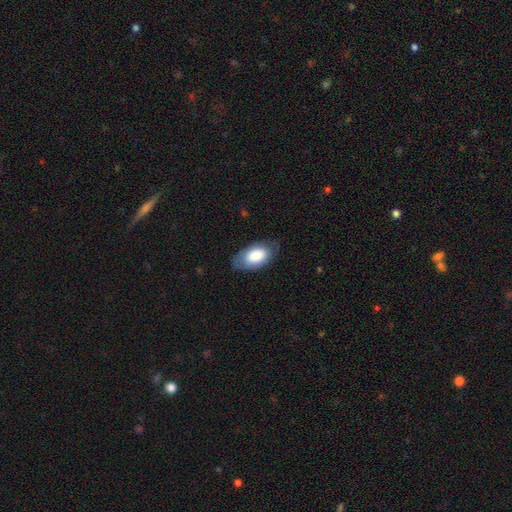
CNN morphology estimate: Smooth or featured: smooth — 81% (featured or disk — 13%)
How rounded: in between — 94% (round — 4%)
Merging: none — 77% (minor disturbance — 17%)